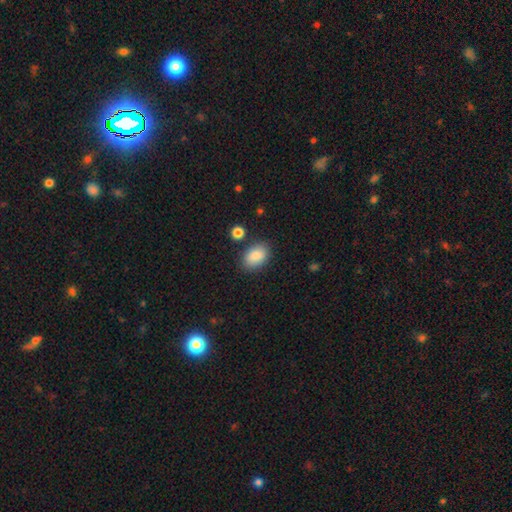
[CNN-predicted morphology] smooth_or_featured: smooth (p=0.88) [alt: star or artifact p=0.07]
how_rounded: in between (p=0.88) [alt: round p=0.10]
merging: none (p=0.81) [alt: minor disturbance p=0.12]